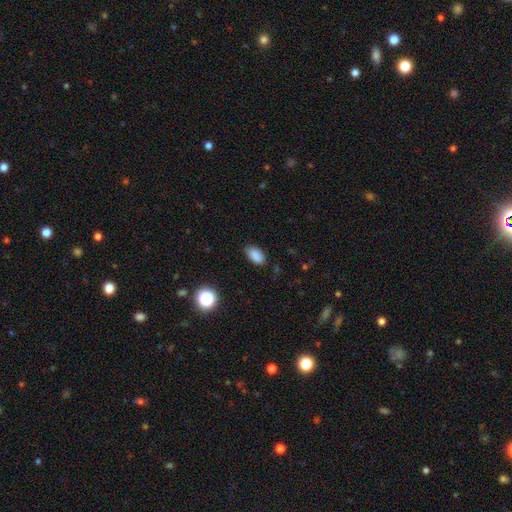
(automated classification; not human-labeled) Smooth or featured? Predicted: smooth (p=0.86). How rounded? Predicted: in between (p=0.91). Merging? Predicted: none (p=0.78).